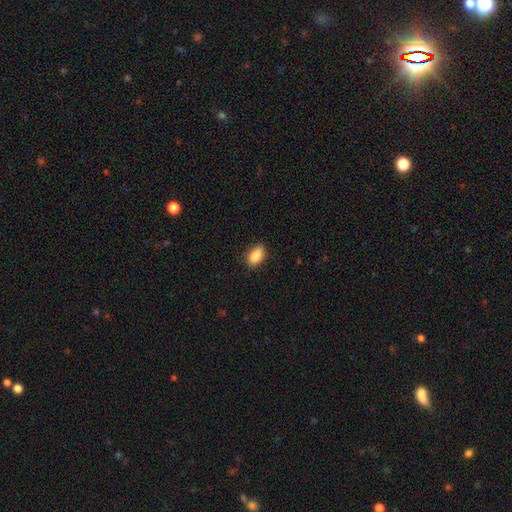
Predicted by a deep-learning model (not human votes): Morphology: type=smooth (89%); roundness=in between (92%); merging=none (86%).